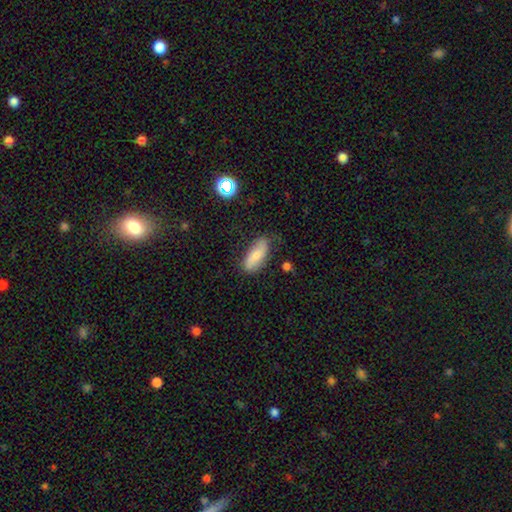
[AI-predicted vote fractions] smooth-or-featured: smooth: 71% | featured or disk: 21% | star or artifact: 7%
  how-rounded: in between: 76% | cigar-shaped: 22% | round: 3%
  merging: none: 71% | minor disturbance: 22% | major disturbance: 5% | merger: 2%